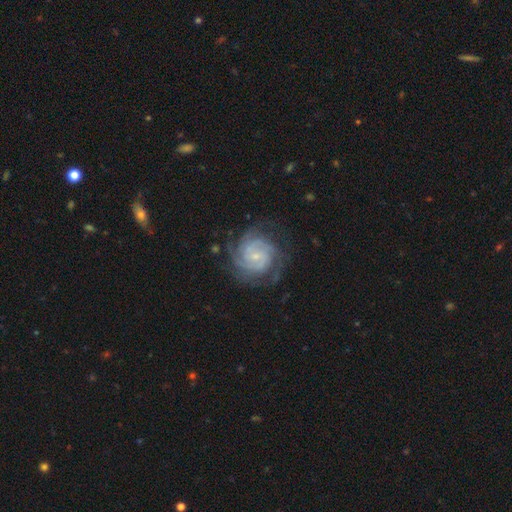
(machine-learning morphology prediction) Smooth or featured? Predicted: featured or disk (p=0.87). Edge-on disk? Predicted: no (p=0.98). Bar? Predicted: no (p=0.53). Spiral arms? Predicted: yes (p=0.97). Spiral winding? Predicted: tight (p=0.68). Spiral arm count? Predicted: 3 (p=0.27). Bulge size? Predicted: small (p=0.75). Merging? Predicted: none (p=0.74).